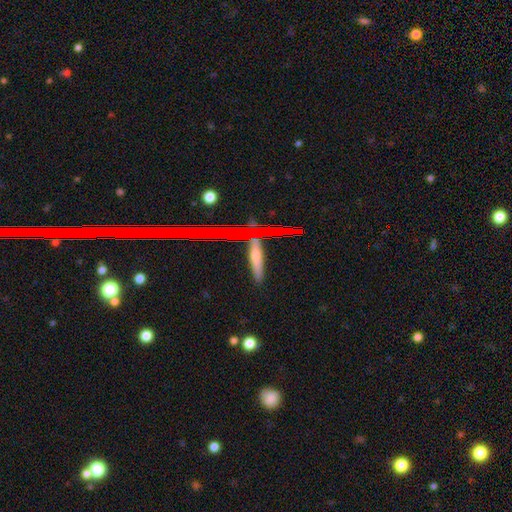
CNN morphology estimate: A smooth galaxy with no disk features (42%). Merging: none (80%).